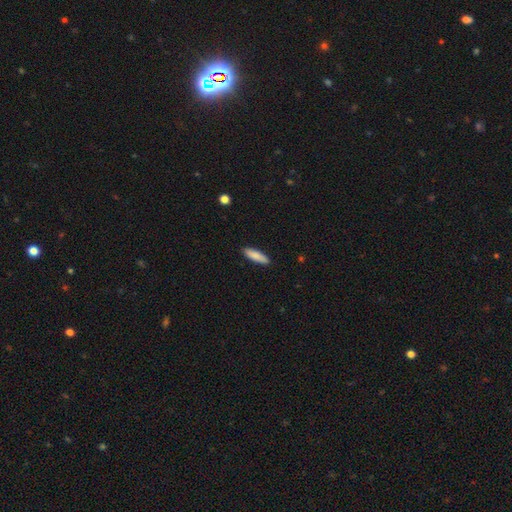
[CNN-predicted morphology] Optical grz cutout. It shows a smooth galaxy with no disk features (86%) that is cigar-shaped (68%). Merging: none (89%).